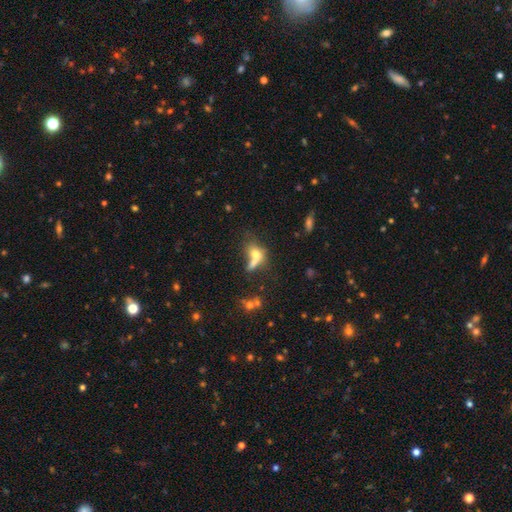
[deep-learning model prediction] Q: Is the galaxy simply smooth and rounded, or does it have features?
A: smooth — 64%.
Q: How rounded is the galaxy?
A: in between — 61%.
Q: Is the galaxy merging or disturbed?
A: merger — 45%.